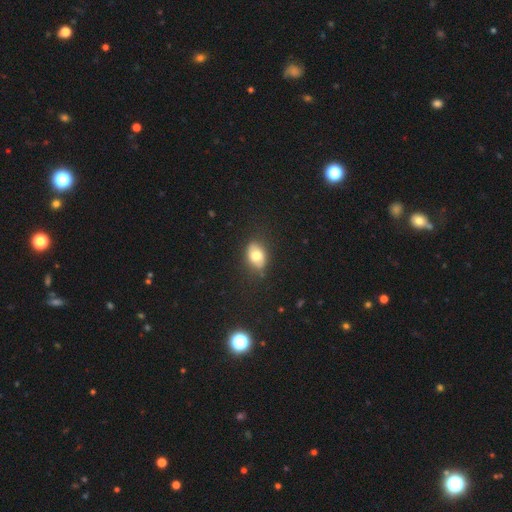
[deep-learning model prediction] The model was most divided on "smooth or featured": smooth: 73%, featured or disk: 18%, star or artifact: 9%. More confident: how rounded — in between (80%); merging — none (79%).